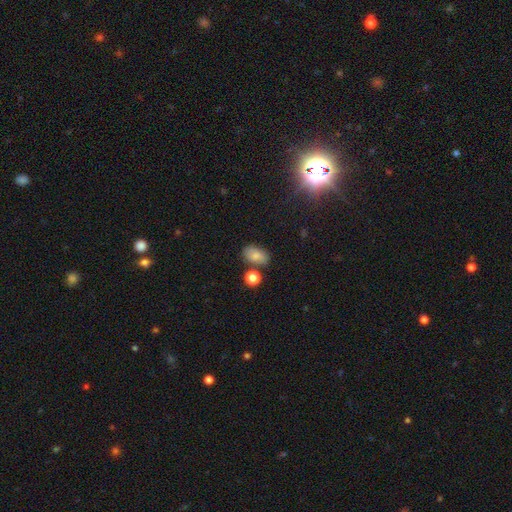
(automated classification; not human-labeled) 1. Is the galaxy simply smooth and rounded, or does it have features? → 80% smooth, 11% star or artifact, 10% featured or disk.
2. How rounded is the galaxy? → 88% in between, 10% round, 2% cigar-shaped.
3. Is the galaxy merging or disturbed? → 72% none, 15% minor disturbance, 9% merger, 4% major disturbance.